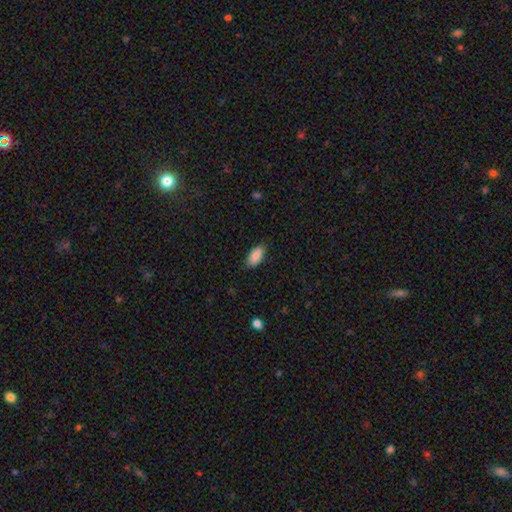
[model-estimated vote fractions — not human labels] A smooth galaxy with no disk features (88%) that is in between round and cigar-shaped (92%).

Vote fractions:
- Smooth or featured? smooth: 88% / star or artifact: 7% / featured or disk: 6%
- How rounded? in between: 92% / cigar-shaped: 5% / round: 3%
- Merging? none: 82% / minor disturbance: 14% / major disturbance: 3% / merger: 1%